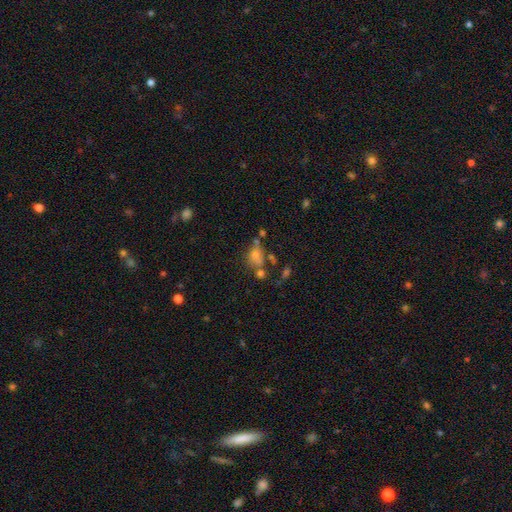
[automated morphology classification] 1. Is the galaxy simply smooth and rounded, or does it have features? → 66% smooth, 18% featured or disk, 16% star or artifact.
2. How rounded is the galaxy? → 64% in between, 33% round, 3% cigar-shaped.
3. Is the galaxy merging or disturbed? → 43% none, 26% merger, 18% minor disturbance, 12% major disturbance.